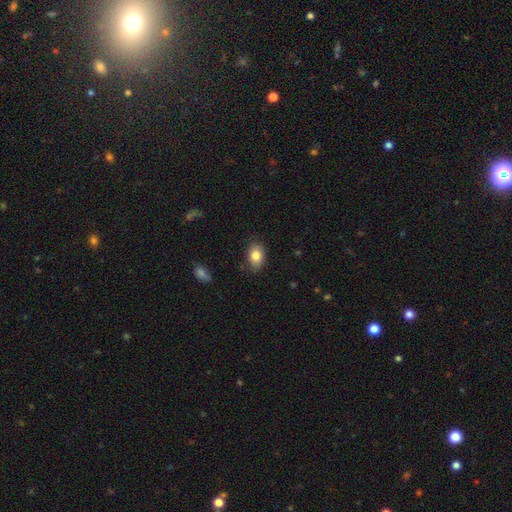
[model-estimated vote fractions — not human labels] A smooth galaxy with no disk features (83%) that is in between round and cigar-shaped (83%). Merging: none (81%).